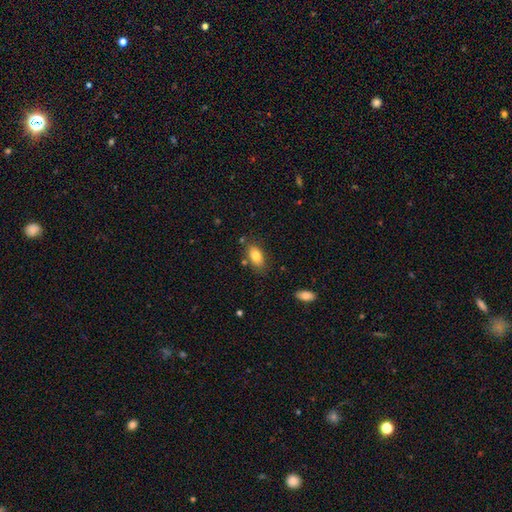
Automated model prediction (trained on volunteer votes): This appears to be a smooth galaxy with no disk features (82%) that is in between round and cigar-shaped (89%). Merging: none (76%).